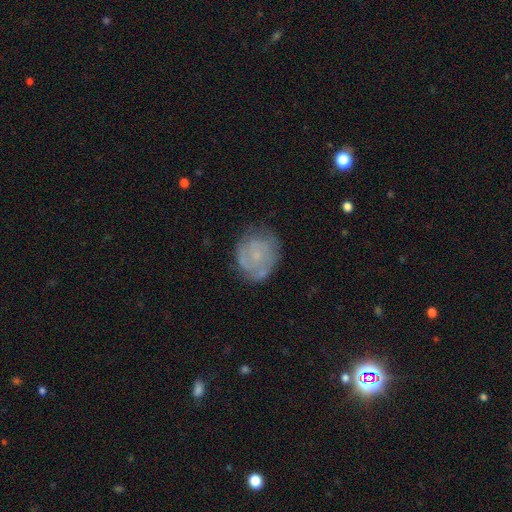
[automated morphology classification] Q: Smooth or featured?
A: featured or disk (53%); runner-up: smooth (38%)
Q: Edge-on disk?
A: no (98%); runner-up: yes (2%)
Q: Bar?
A: no (80%); runner-up: weak (18%)
Q: Spiral arms?
A: yes (66%); runner-up: no (34%)
Q: Bulge size?
A: small (65%); runner-up: none (18%)
Q: Merging?
A: none (65%); runner-up: minor disturbance (24%)